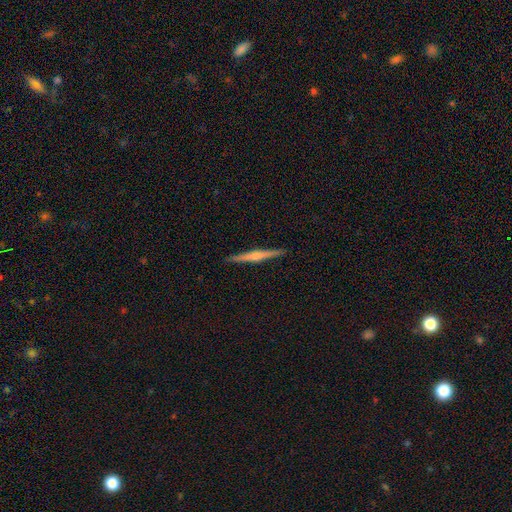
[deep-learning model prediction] Smooth or featured? Predicted: featured or disk (p=0.72). Edge-on disk? Predicted: yes (p=0.98). Edge-on bulge? Predicted: rounded (p=0.72). Merging? Predicted: none (p=0.92).